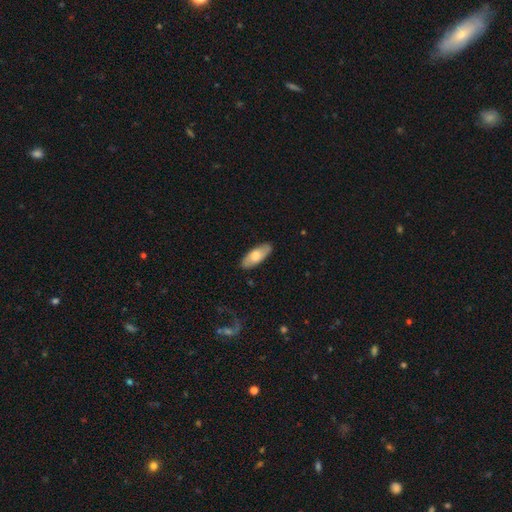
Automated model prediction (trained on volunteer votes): A smooth galaxy with no disk features (67%) that is in between round and cigar-shaped (79%).

Vote fractions:
- Smooth or featured? smooth: 67% / featured or disk: 28% / star or artifact: 5%
- How rounded? in between: 79% / cigar-shaped: 19% / round: 2%
- Merging? none: 86% / minor disturbance: 10% / major disturbance: 2% / merger: 1%